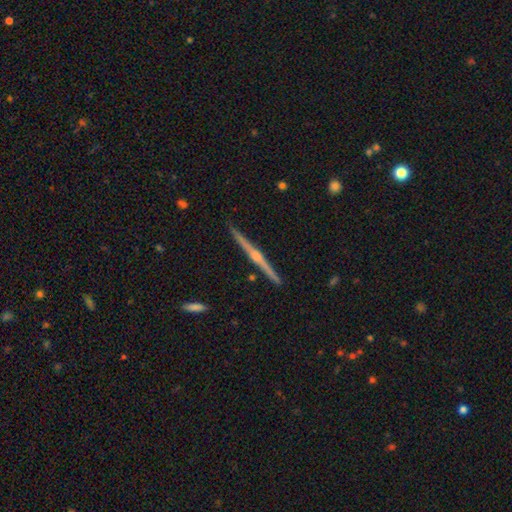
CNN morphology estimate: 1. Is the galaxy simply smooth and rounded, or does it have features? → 84% featured or disk, 10% smooth, 5% star or artifact.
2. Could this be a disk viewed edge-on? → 99% yes, 1% no.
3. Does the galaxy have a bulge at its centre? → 89% rounded, 6% none, 5% boxy.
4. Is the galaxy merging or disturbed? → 92% none, 6% minor disturbance, 1% merger, 1% major disturbance.